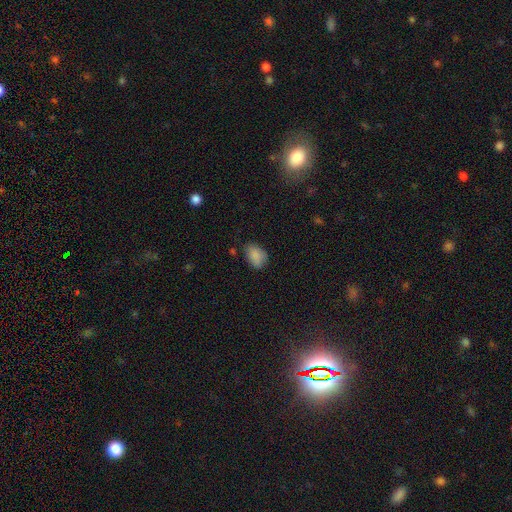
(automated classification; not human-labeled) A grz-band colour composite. It shows a smooth galaxy with no disk features (86%) that is in between round and cigar-shaped (82%). Merging: none (69%).